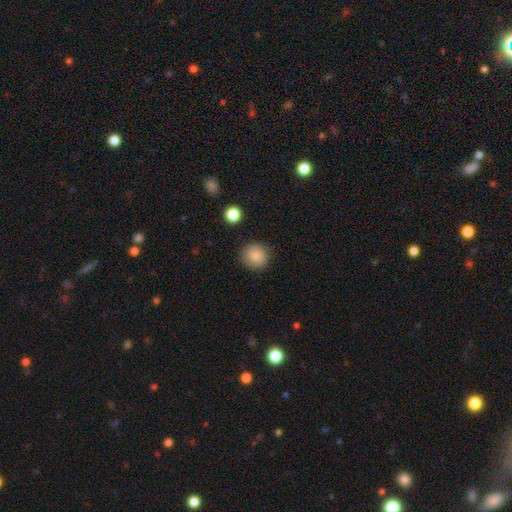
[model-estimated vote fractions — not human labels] A smooth galaxy with no disk features (86%) that is round (90%).

Vote fractions:
- Smooth or featured? smooth: 86% / star or artifact: 9% / featured or disk: 5%
- How rounded? round: 90% / in between: 9% / cigar-shaped: 1%
- Merging? none: 87% / minor disturbance: 9% / major disturbance: 3% / merger: 1%